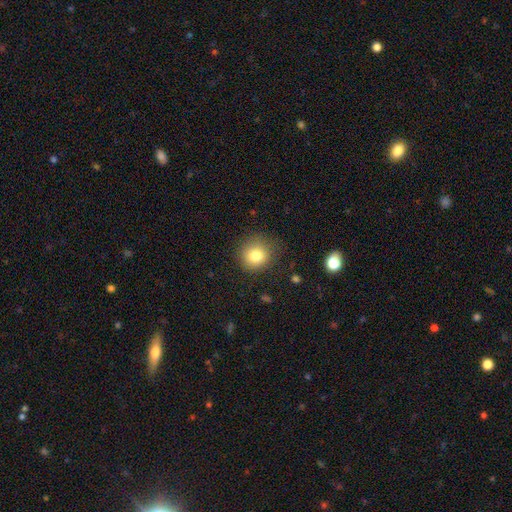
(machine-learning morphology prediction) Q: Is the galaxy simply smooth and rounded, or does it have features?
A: smooth — 81%.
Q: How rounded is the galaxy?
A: round — 90%.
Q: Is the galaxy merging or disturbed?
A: none — 83%.